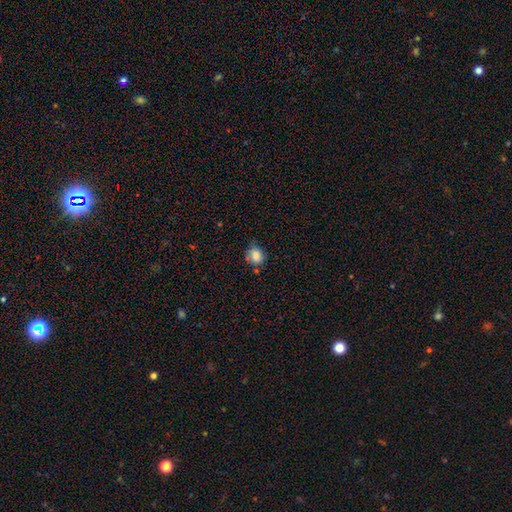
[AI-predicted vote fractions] Smooth or featured? smooth (83%)
How rounded? round (66%)
Merging? none (59%)